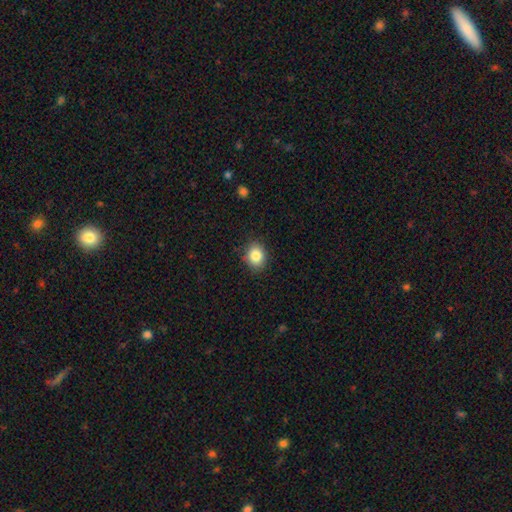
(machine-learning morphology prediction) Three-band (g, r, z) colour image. It shows a smooth galaxy with no disk features (85%) that is in between round and cigar-shaped (50%). Merging: none (85%).